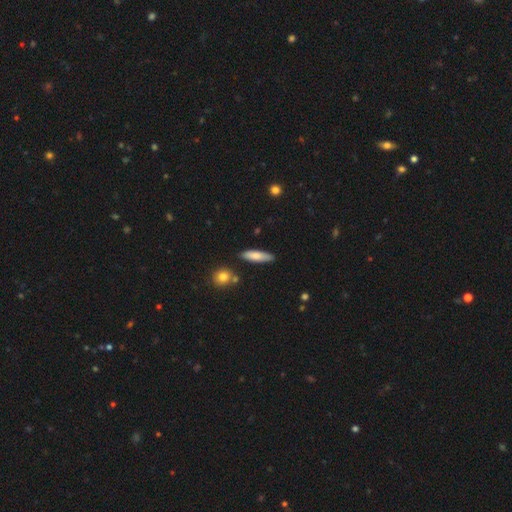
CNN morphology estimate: smooth 75%, featured or disk 19%, star or artifact 6%. Down the decision tree: how rounded — cigar-shaped (65%); merging — none (83%).